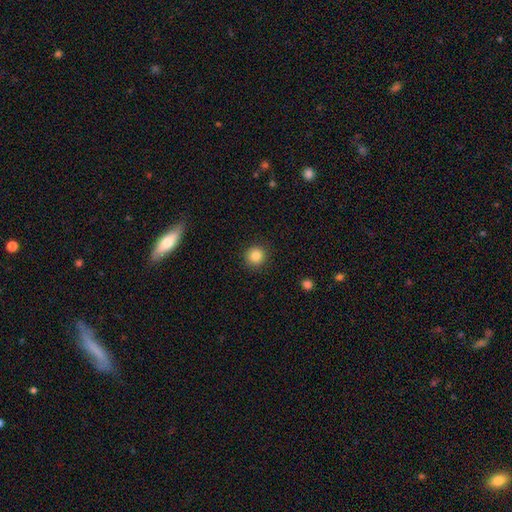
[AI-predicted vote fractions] This is clearly a smooth galaxy (86%). How rounded: clearly round (93%). Merging: clearly none (90%).